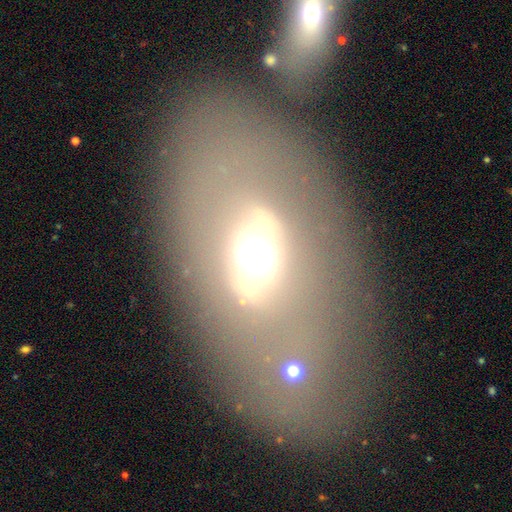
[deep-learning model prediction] Smooth or featured? featured or disk (45%)
Merging? none (69%)